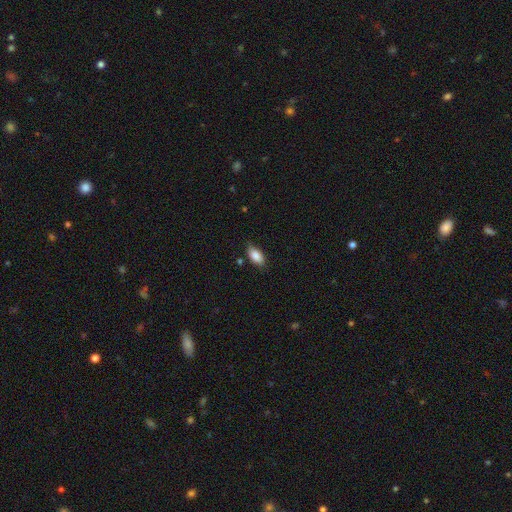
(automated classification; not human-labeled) smooth 86%, star or artifact 7%, featured or disk 7%. Down the decision tree: how rounded — in between (91%); merging — none (78%).